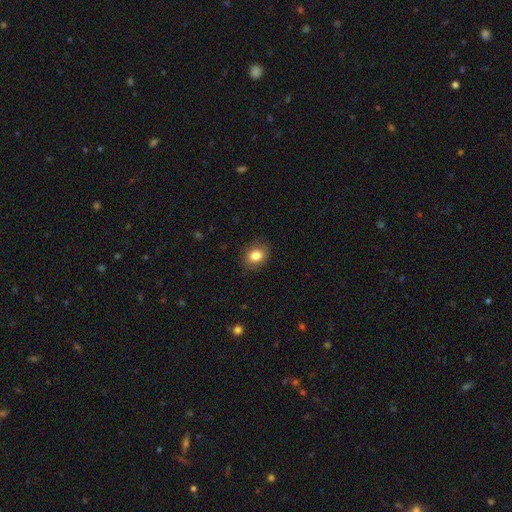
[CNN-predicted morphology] smooth_or_featured: smooth (p=0.83) [alt: star or artifact p=0.09]
how_rounded: in between (p=0.52) [alt: round p=0.47]
merging: none (p=0.83) [alt: minor disturbance p=0.13]